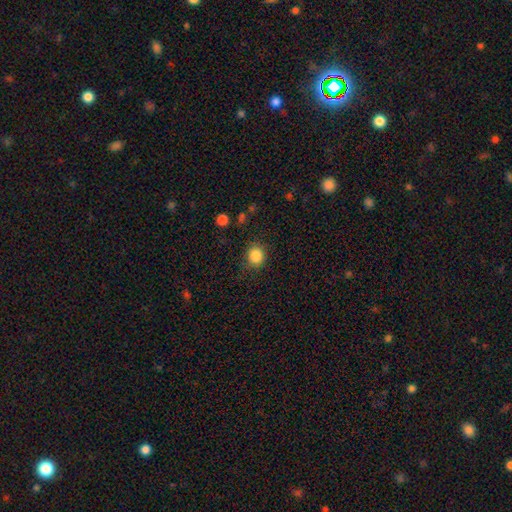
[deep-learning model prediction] smooth-or-featured: smooth: 86% | star or artifact: 10% | featured or disk: 4%
  how-rounded: round: 82% | in between: 18% | cigar-shaped: 1%
  merging: none: 85% | minor disturbance: 10% | major disturbance: 3% | merger: 1%